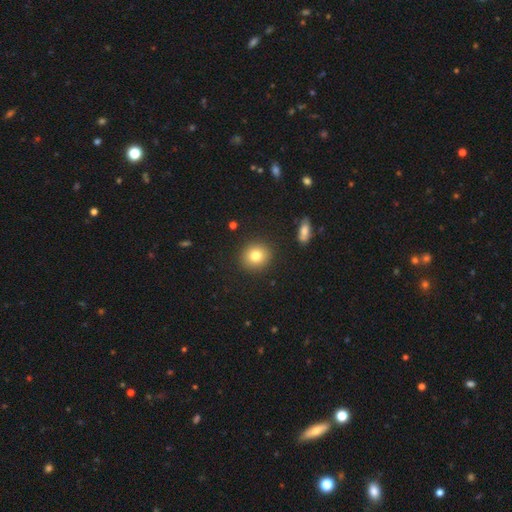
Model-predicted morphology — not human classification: Smooth or featured?
  - smooth: 81% *
  - star or artifact: 10%
  - featured or disk: 9%
How rounded?
  - round: 83% *
  - in between: 16%
  - cigar-shaped: 1%
Merging?
  - none: 90% *
  - minor disturbance: 6%
  - major disturbance: 2%
  - merger: 2%